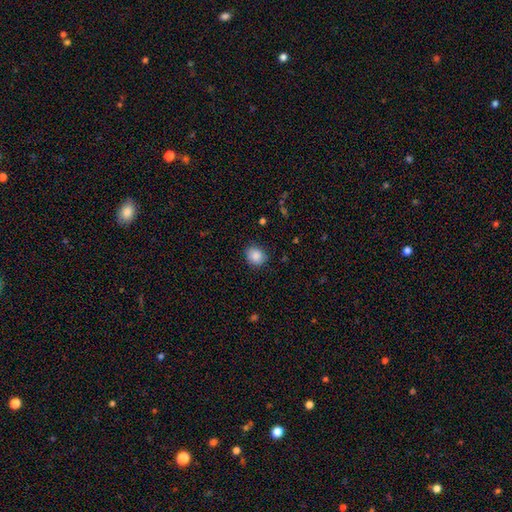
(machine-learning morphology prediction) A smooth galaxy with no disk features (87%) that is round (75%).

Vote fractions:
- Smooth or featured? smooth: 87% / star or artifact: 8% / featured or disk: 4%
- How rounded? round: 75% / in between: 24% / cigar-shaped: 1%
- Merging? none: 87% / minor disturbance: 10% / major disturbance: 2% / merger: 1%